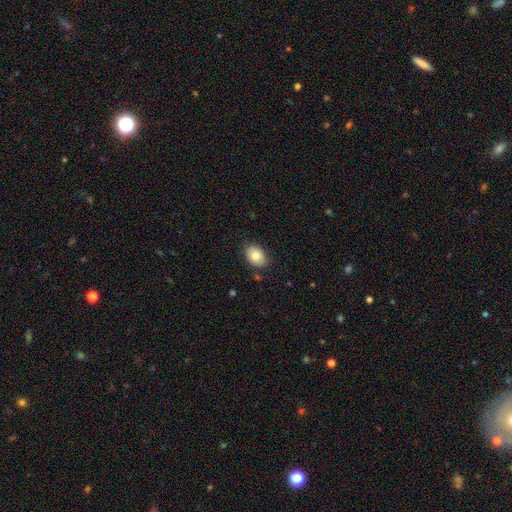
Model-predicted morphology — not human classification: Smooth or featured?
  - smooth: 80% *
  - featured or disk: 12%
  - star or artifact: 8%
How rounded?
  - in between: 77% *
  - round: 22%
  - cigar-shaped: 1%
Merging?
  - none: 84% *
  - minor disturbance: 12%
  - major disturbance: 3%
  - merger: 1%